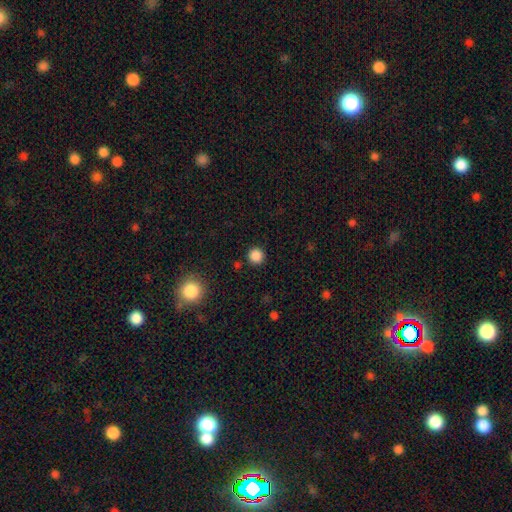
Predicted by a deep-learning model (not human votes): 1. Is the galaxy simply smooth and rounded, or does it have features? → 86% smooth, 11% star or artifact, 3% featured or disk.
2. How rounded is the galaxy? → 94% round, 5% in between, 1% cigar-shaped.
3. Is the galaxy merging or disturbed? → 89% none, 6% minor disturbance, 2% major disturbance, 2% merger.